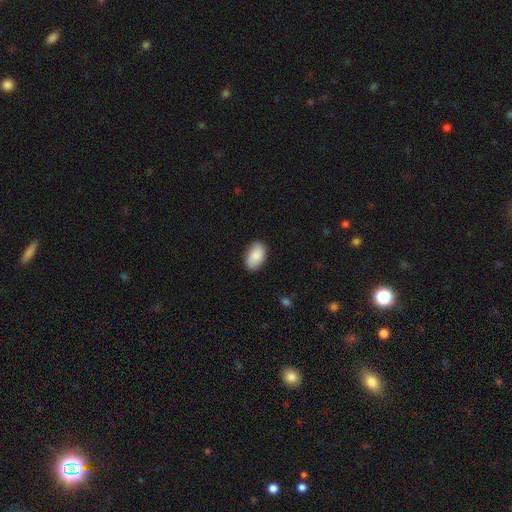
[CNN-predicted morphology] The model was most divided on "merging": none: 85%, minor disturbance: 12%, major disturbance: 2%, merger: 1%. More confident: how rounded — in between (92%); smooth or featured — smooth (87%).